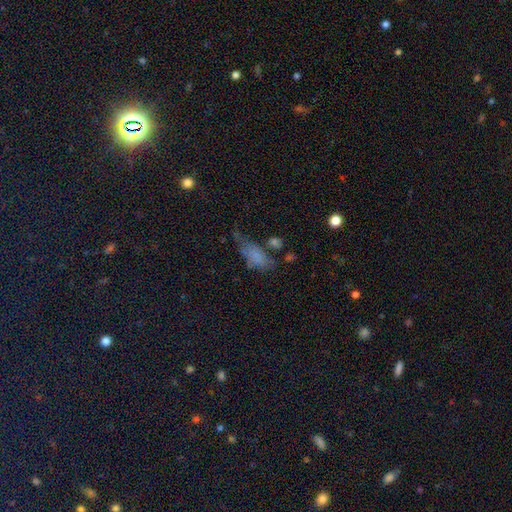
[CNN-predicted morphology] Overall: smooth (63%). How rounded: in between (78%). Merging: major disturbance (33%; minor disturbance 28%).